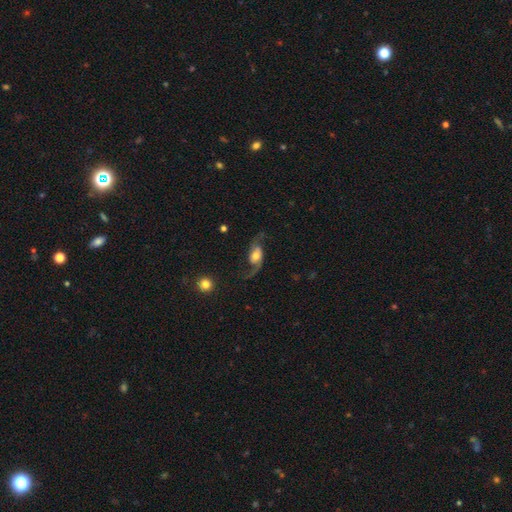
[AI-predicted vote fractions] Smooth or featured?
  - featured or disk: 80% *
  - smooth: 14%
  - star or artifact: 6%
Edge-on disk?
  - no: 95% *
  - yes: 5%
Bar?
  - no: 48% *
  - weak: 37%
  - strong: 15%
Spiral arms?
  - yes: 95% *
  - no: 5%
Spiral winding?
  - loose: 74% *
  - medium: 21%
  - tight: 5%
Spiral arm count?
  - 2: 90% *
  - 1: 5%
  - can't tell: 2%
  - 3: 1%
  - 4: 1%
  - more than 4: 1%
Bulge size?
  - moderate: 52% *
  - small: 22%
  - large: 20%
  - dominant: 3%
  - none: 3%
Merging?
  - none: 65% *
  - major disturbance: 16%
  - minor disturbance: 16%
  - merger: 2%